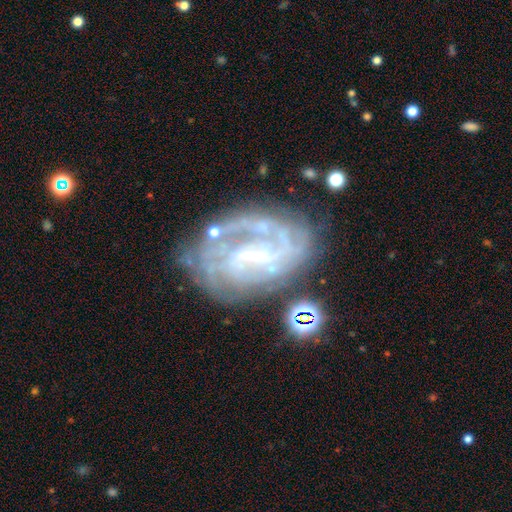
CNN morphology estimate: Overall: featured or disk (83%). Edge-on disk: no (97%). Bar: weak (47%; strong 28%). Spiral arms: yes (90%). Spiral arm count: can't tell (38%; 2 22%). Spiral winding: tight (56%; medium 33%). Bulge size: small (61%; none 21%). Merging: none (61%).